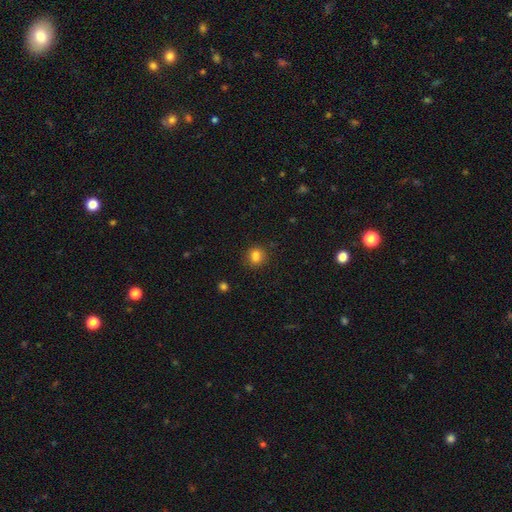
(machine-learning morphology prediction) This appears to be a smooth galaxy with no disk features (79%) that is round (68%). Merging: none (68%).